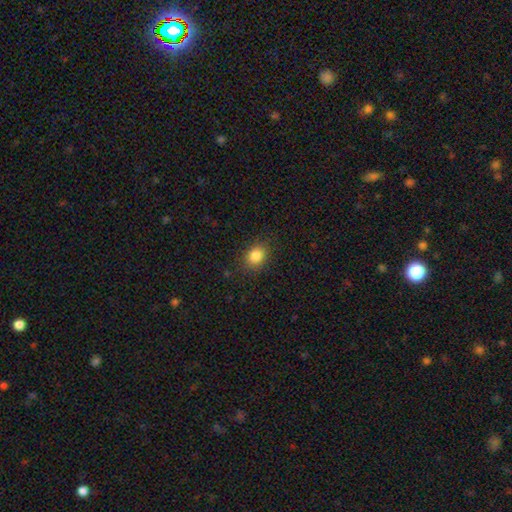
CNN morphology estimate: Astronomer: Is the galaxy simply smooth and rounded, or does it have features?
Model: smooth — 85%.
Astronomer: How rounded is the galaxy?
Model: in between — 53% (runner-up: round, 46%).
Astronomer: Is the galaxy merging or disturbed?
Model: none — 86%.